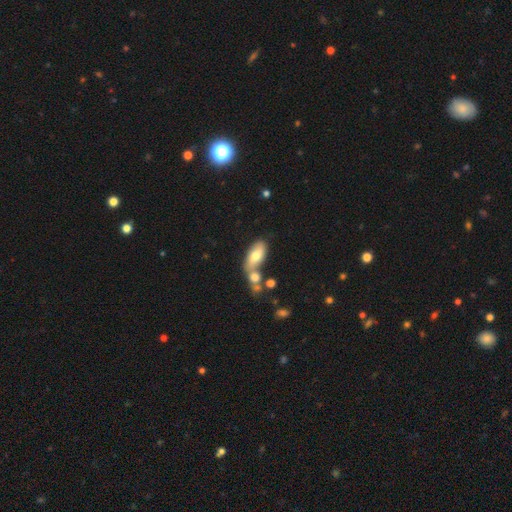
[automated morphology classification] smooth-or-featured: smooth: 69% | featured or disk: 24% | star or artifact: 7%
  how-rounded: in between: 86% | cigar-shaped: 10% | round: 4%
  merging: none: 41% | merger: 40% | minor disturbance: 13% | major disturbance: 6%